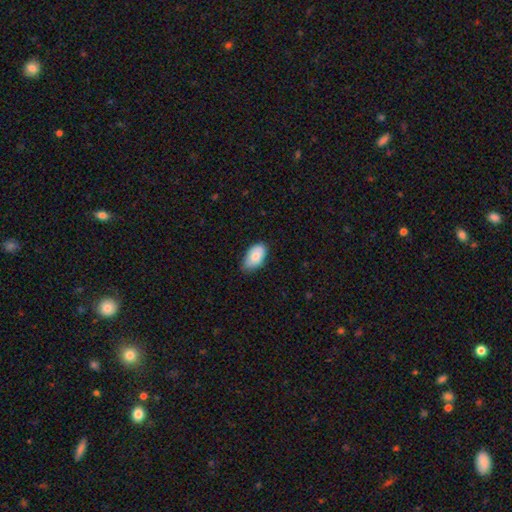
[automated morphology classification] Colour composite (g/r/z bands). It shows a smooth galaxy with no disk features (81%) that is in between round and cigar-shaped (94%). Merging: none (69%).